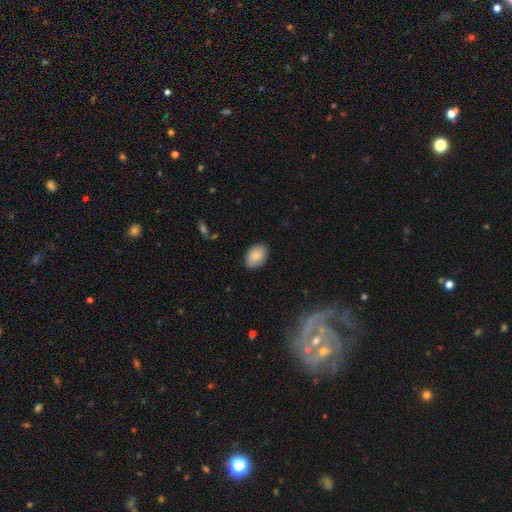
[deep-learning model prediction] Smooth or featured? Predicted: smooth (p=0.86). How rounded? Predicted: in between (p=0.86). Merging? Predicted: none (p=0.87).